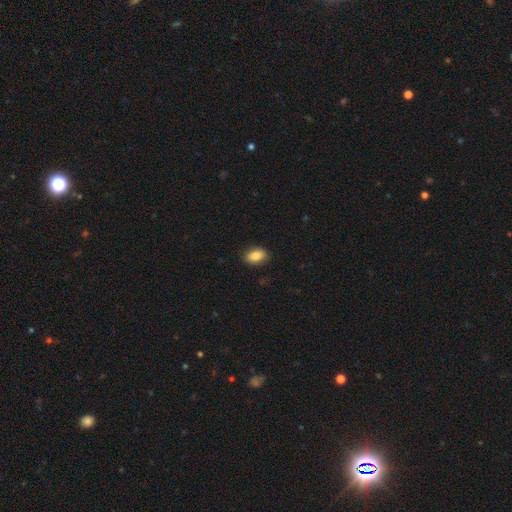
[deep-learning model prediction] This appears to be a smooth galaxy with no disk features (85%) that is in between round and cigar-shaped (87%). Merging: none (87%).